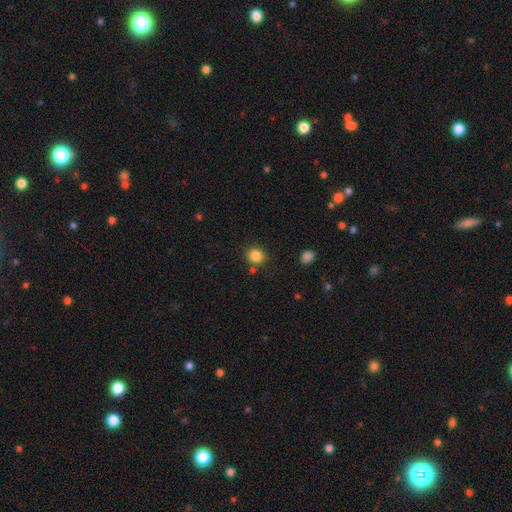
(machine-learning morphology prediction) This is clearly a smooth galaxy (85%). How rounded: likely round (78%). Merging: clearly none (82%).